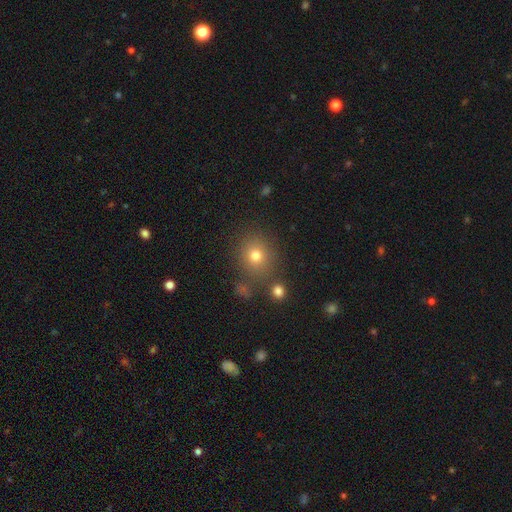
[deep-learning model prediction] A smooth galaxy with no disk features (75%) that is round (84%). Merging: none (78%).